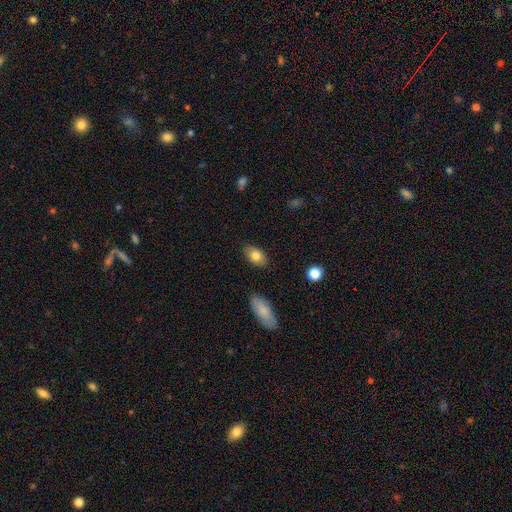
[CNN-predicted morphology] Smooth or featured?
  - smooth: 80% *
  - featured or disk: 13%
  - star or artifact: 7%
How rounded?
  - in between: 90% *
  - round: 9%
  - cigar-shaped: 2%
Merging?
  - none: 86% *
  - minor disturbance: 10%
  - major disturbance: 2%
  - merger: 2%